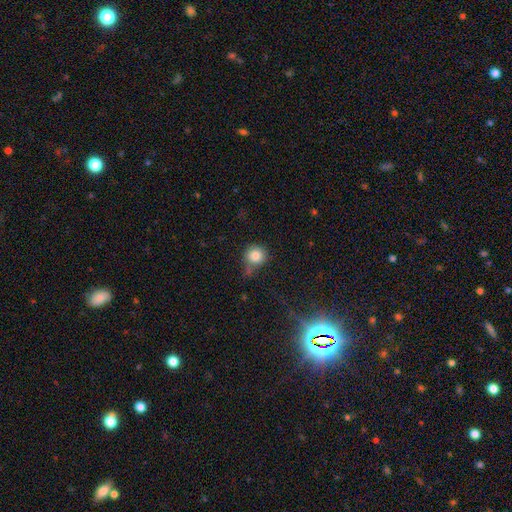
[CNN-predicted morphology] Overall: smooth (83%). How rounded: round (92%). Merging: none (63%).